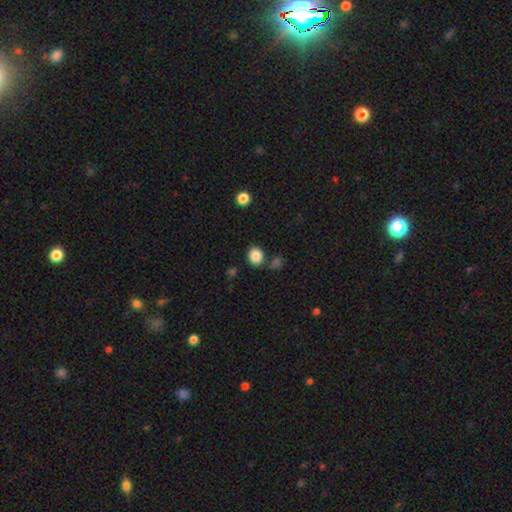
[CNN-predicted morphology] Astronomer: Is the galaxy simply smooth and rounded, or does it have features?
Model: smooth — 87%.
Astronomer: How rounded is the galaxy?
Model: round — 59% (runner-up: in between, 40%).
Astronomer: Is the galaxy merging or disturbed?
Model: none — 77%.